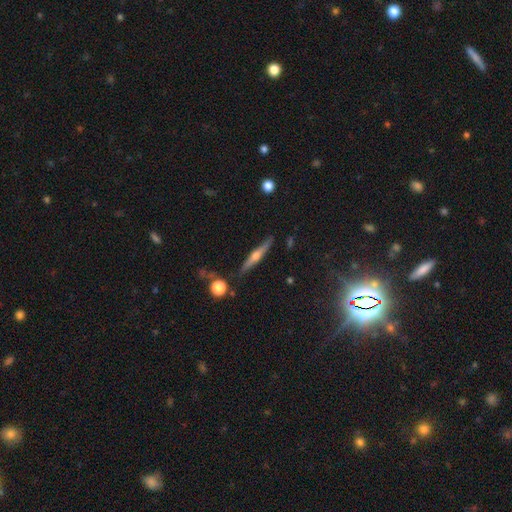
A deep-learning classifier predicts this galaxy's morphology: Q: Smooth or featured?
A: featured or disk (67%); runner-up: smooth (26%)
Q: Edge-on disk?
A: yes (97%); runner-up: no (3%)
Q: Edge-on bulge?
A: rounded (89%); runner-up: none (6%)
Q: Merging?
A: none (83%); runner-up: minor disturbance (11%)